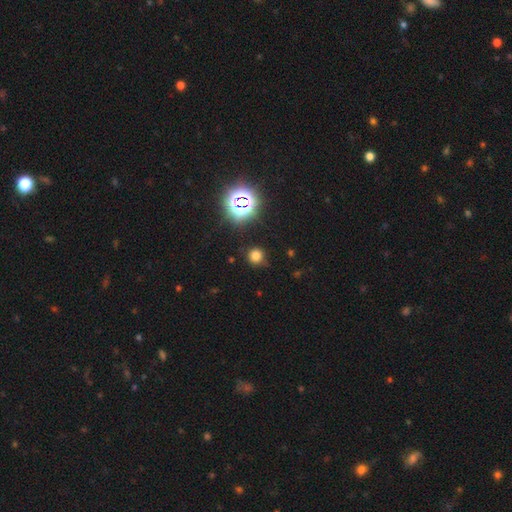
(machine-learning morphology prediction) Overall: smooth (70%). How rounded: round (91%). Merging: none (83%).